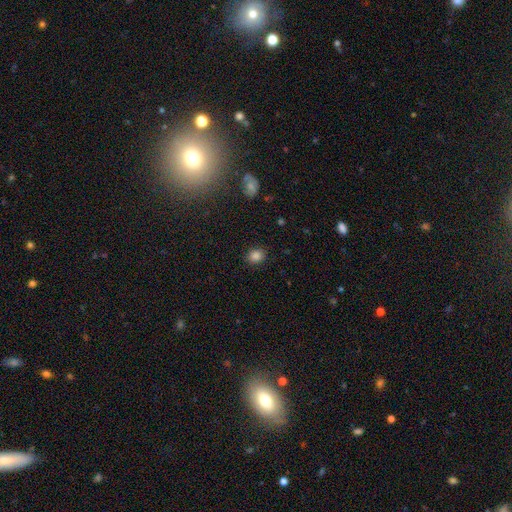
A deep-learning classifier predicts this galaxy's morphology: Smooth or featured: smooth — 85% (star or artifact — 11%)
How rounded: round — 64% (in between — 35%)
Merging: none — 88% (minor disturbance — 8%)